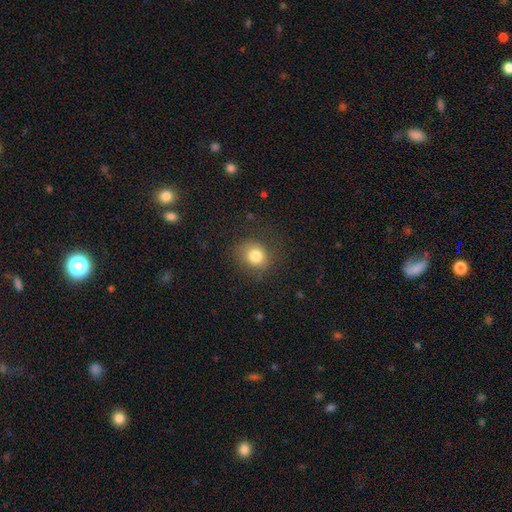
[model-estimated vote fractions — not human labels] smooth_or_featured: smooth (p=0.80) [alt: star or artifact p=0.11]
how_rounded: round (p=0.78) [alt: in between p=0.21]
merging: none (p=0.76) [alt: minor disturbance p=0.15]